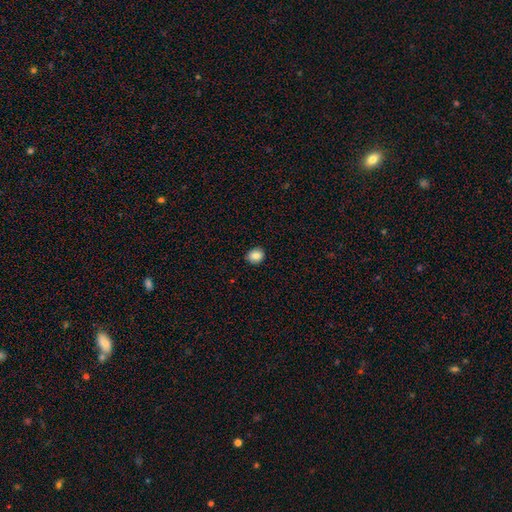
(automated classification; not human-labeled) smooth 85%, star or artifact 9%, featured or disk 6%. Down the decision tree: how rounded — round (73%); merging — none (89%).